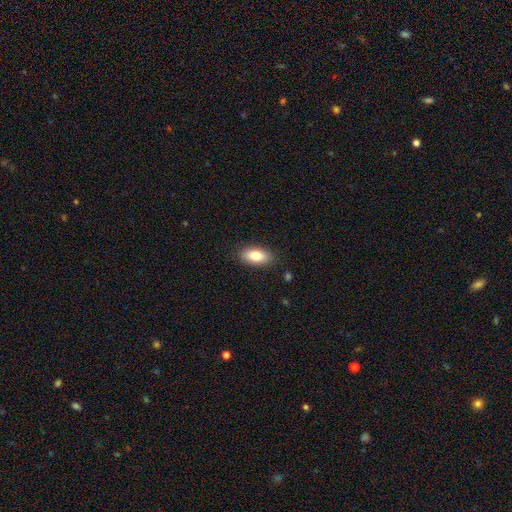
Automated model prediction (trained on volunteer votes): Q: Smooth or featured?
A: smooth (81%); runner-up: featured or disk (12%)
Q: How rounded?
A: in between (87%); runner-up: cigar-shaped (9%)
Q: Merging?
A: none (87%); runner-up: minor disturbance (9%)